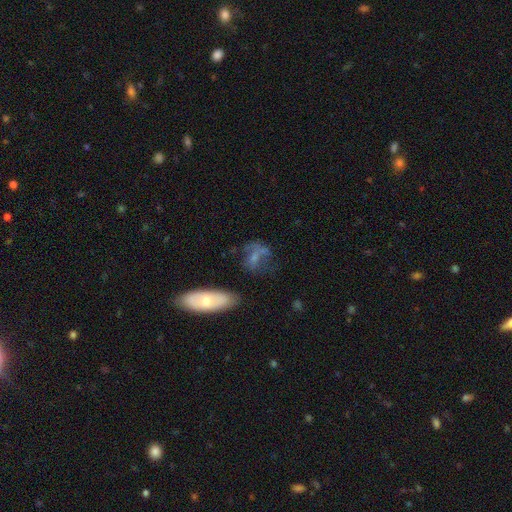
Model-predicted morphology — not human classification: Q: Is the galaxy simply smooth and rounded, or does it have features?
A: smooth — 50%.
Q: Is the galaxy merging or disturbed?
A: none — 46%.